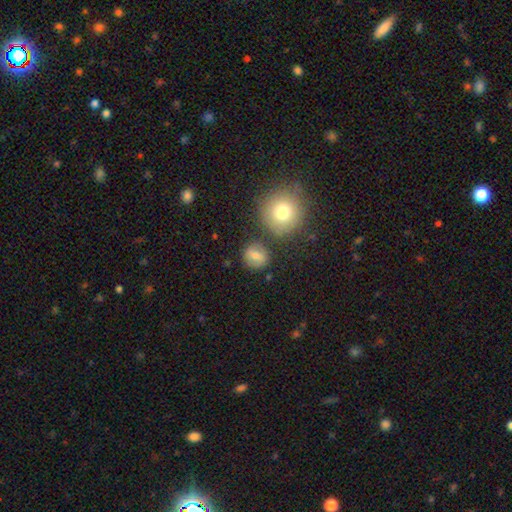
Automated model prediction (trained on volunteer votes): This appears to be a smooth galaxy with no disk features (74%) that is round (81%). Merging: none (77%).